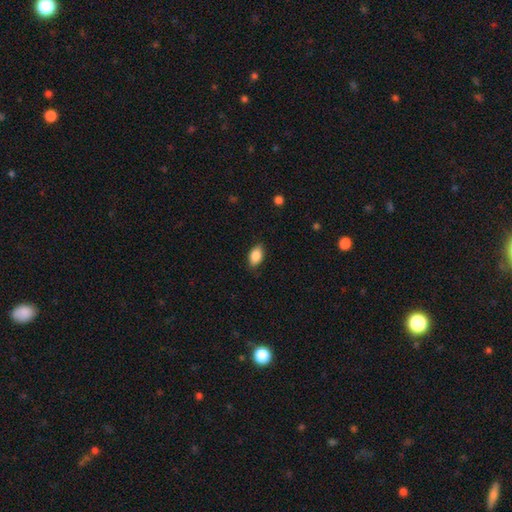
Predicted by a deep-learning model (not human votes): This is clearly a smooth galaxy (86%). How rounded: clearly in between (90%). Merging: clearly none (83%).